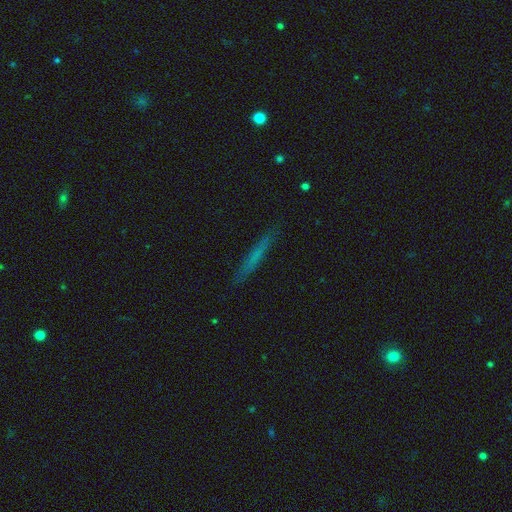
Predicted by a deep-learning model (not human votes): Q: Smooth or featured?
A: smooth (55%); runner-up: featured or disk (36%)
Q: How rounded?
A: cigar-shaped (95%); runner-up: in between (3%)
Q: Merging?
A: none (89%); runner-up: minor disturbance (8%)